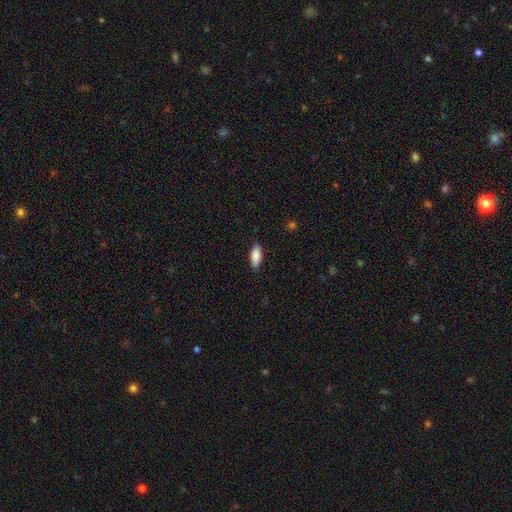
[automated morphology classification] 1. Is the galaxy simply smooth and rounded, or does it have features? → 88% smooth, 6% featured or disk, 6% star or artifact.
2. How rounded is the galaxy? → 82% in between, 16% cigar-shaped, 2% round.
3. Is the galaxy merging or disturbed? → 87% none, 10% minor disturbance, 2% major disturbance, 1% merger.